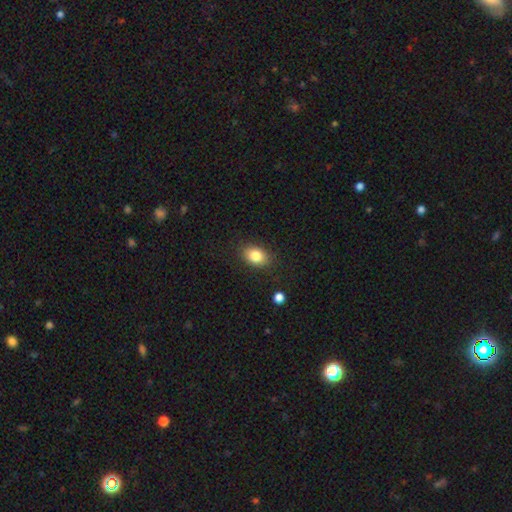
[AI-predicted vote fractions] A smooth galaxy with no disk features (83%) that is in between round and cigar-shaped (75%).

Vote fractions:
- Smooth or featured? smooth: 83% / star or artifact: 9% / featured or disk: 8%
- How rounded? in between: 75% / round: 23% / cigar-shaped: 1%
- Merging? none: 85% / minor disturbance: 11% / major disturbance: 3% / merger: 1%